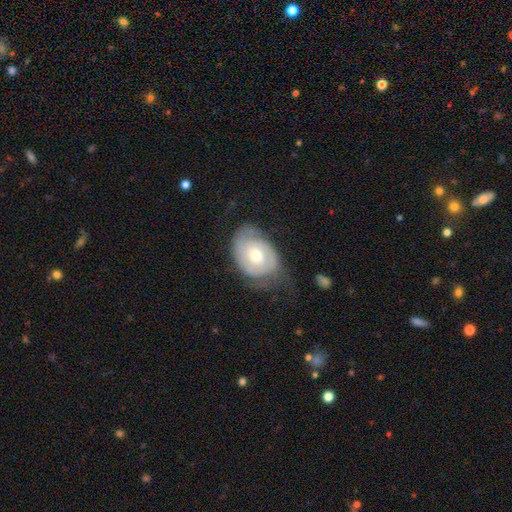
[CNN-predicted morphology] This is likely a featured or disk galaxy (60%). It is clearly not viewed edge-on (95%). Bar: likely no (74%). Spiral arm pattern: likely yes (74%). Central bulge: likely moderate (62%). Merging: possibly none (48%).